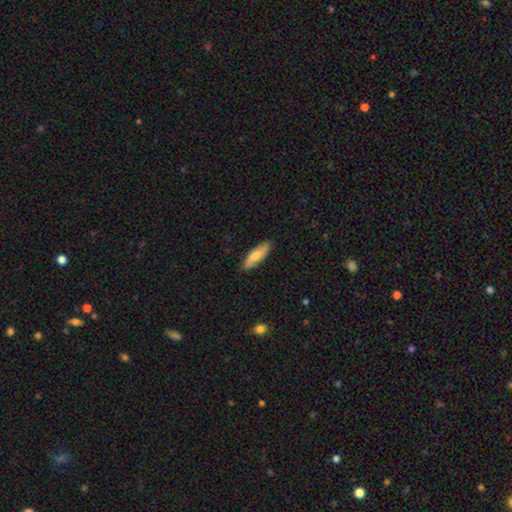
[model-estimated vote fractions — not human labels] smooth-or-featured: smooth: 68% | featured or disk: 27% | star or artifact: 5%
  how-rounded: cigar-shaped: 53% | in between: 45% | round: 2%
  merging: none: 86% | minor disturbance: 11% | major disturbance: 2% | merger: 1%